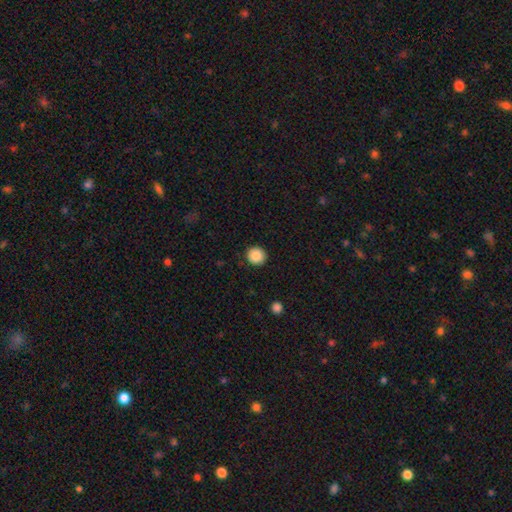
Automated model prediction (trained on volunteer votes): smooth-or-featured: smooth: 88% | star or artifact: 9% | featured or disk: 3%
  how-rounded: round: 92% | in between: 7% | cigar-shaped: 1%
  merging: none: 92% | minor disturbance: 5% | major disturbance: 2% | merger: 1%